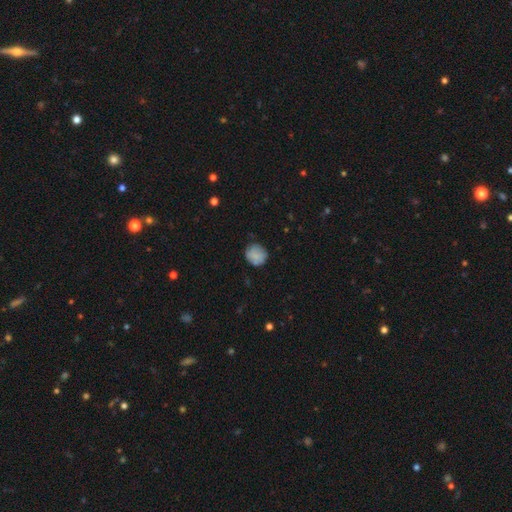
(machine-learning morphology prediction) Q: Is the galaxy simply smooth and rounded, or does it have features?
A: smooth — 76%.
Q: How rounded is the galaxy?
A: round — 84%.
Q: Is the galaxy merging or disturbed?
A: none — 72%.